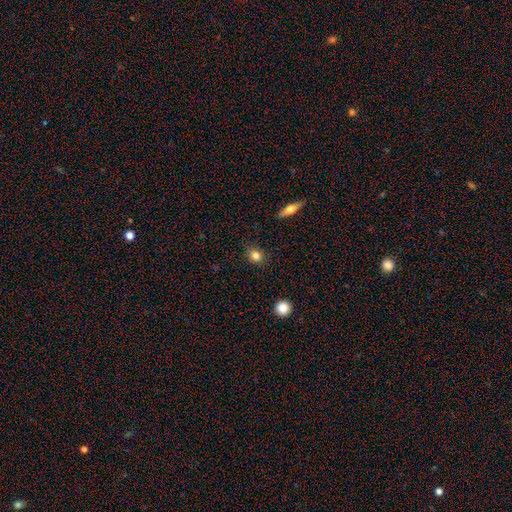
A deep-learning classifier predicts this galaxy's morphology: Smooth or featured? Predicted: smooth (p=0.83). How rounded? Predicted: round (p=0.68). Merging? Predicted: none (p=0.87).